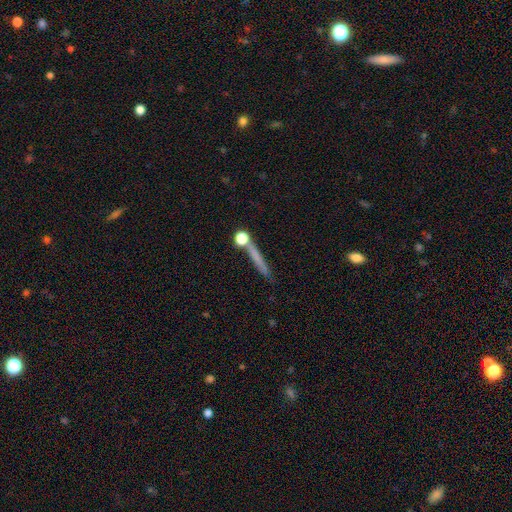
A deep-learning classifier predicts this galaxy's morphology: The model was most divided on "smooth or featured": smooth: 59%, featured or disk: 30%, star or artifact: 12%. More confident: how rounded — cigar-shaped (84%); merging — none (74%).